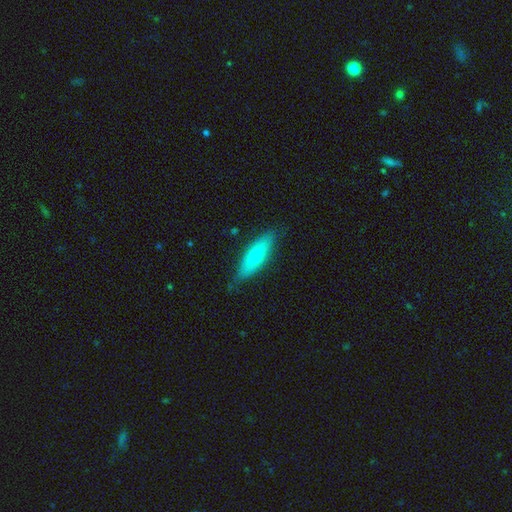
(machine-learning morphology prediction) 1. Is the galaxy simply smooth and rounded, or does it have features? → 69% smooth, 26% featured or disk, 6% star or artifact.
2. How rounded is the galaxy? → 54% cigar-shaped, 44% in between, 2% round.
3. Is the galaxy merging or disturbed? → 81% none, 15% minor disturbance, 3% major disturbance, 1% merger.